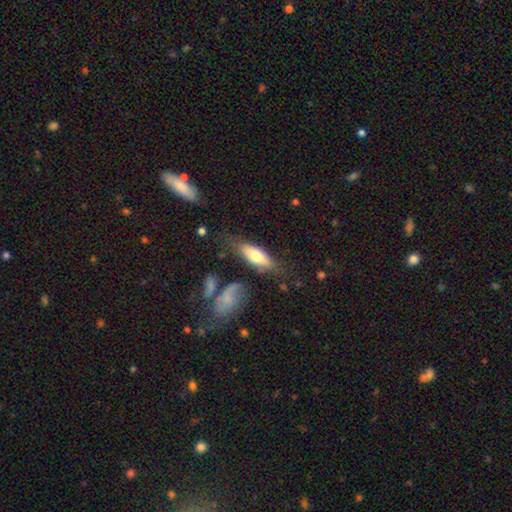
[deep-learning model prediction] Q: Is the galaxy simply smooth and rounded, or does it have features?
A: smooth — 65%.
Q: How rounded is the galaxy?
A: in between — 64%.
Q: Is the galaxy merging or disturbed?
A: none — 67%.